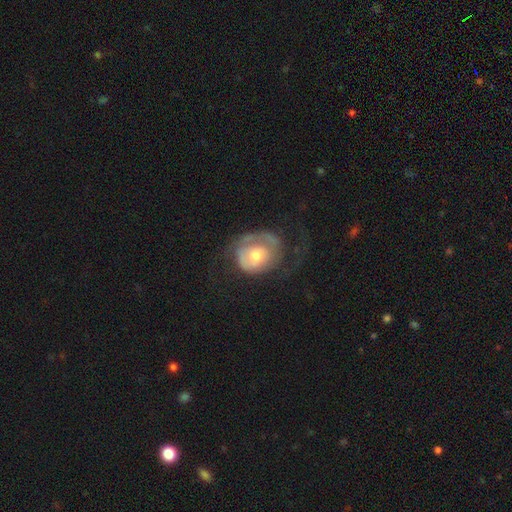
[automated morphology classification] Q: Smooth or featured?
A: featured or disk (56%); runner-up: smooth (37%)
Q: Edge-on disk?
A: no (97%); runner-up: yes (3%)
Q: Bar?
A: no (77%); runner-up: weak (19%)
Q: Spiral arms?
A: yes (61%); runner-up: no (39%)
Q: Bulge size?
A: moderate (58%); runner-up: small (29%)
Q: Merging?
A: none (39%); runner-up: major disturbance (38%)